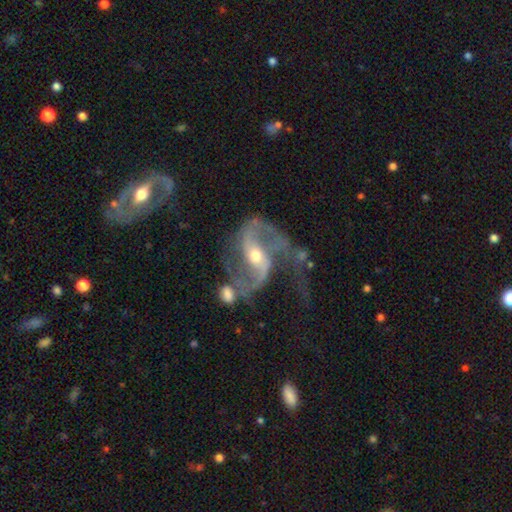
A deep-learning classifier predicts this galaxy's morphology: featured or disk 89%, star or artifact 7%, smooth 5%. Down the decision tree: edge-on disk — no (96%); bar — strong (40%); spiral arms — yes (95%); spiral arm count — 2 (78%); spiral winding — loose (47%); bulge size — small (49%); merging — none (35%).